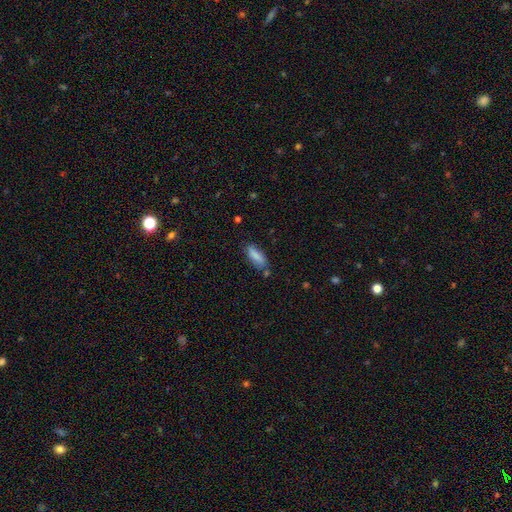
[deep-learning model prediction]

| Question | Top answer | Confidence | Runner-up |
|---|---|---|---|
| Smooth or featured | smooth | 85% | featured or disk (8%) |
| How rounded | in between | 63% | cigar-shaped (36%) |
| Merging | none | 69% | minor disturbance (20%) |